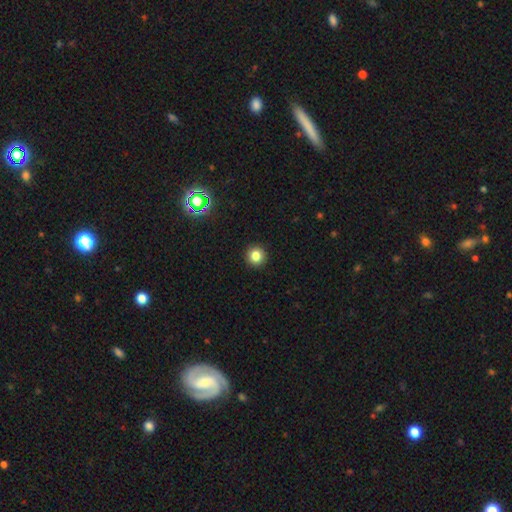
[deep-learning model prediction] Q: Smooth or featured?
A: smooth (82%); runner-up: star or artifact (13%)
Q: How rounded?
A: round (94%); runner-up: in between (5%)
Q: Merging?
A: none (93%); runner-up: minor disturbance (4%)